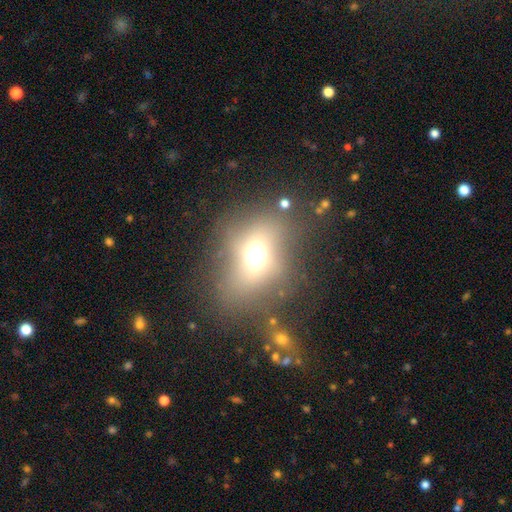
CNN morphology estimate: Q: Smooth or featured?
A: smooth (58%); runner-up: star or artifact (21%)
Q: How rounded?
A: in between (51%); runner-up: round (47%)
Q: Merging?
A: none (58%); runner-up: minor disturbance (18%)